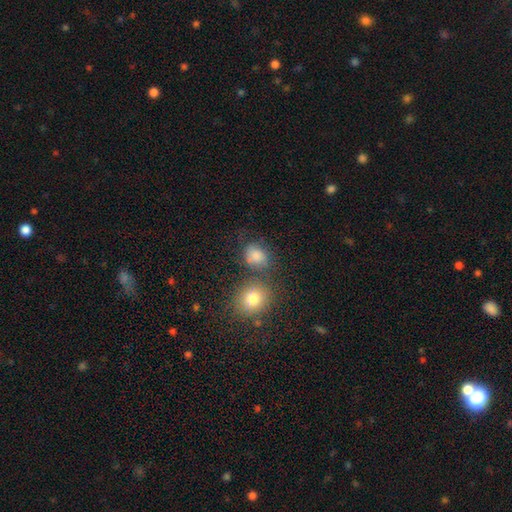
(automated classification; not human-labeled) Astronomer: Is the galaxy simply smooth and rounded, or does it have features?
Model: smooth — 77%.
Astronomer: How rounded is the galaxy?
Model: round — 55% (runner-up: in between, 43%).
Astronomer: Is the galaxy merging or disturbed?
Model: none — 57%.